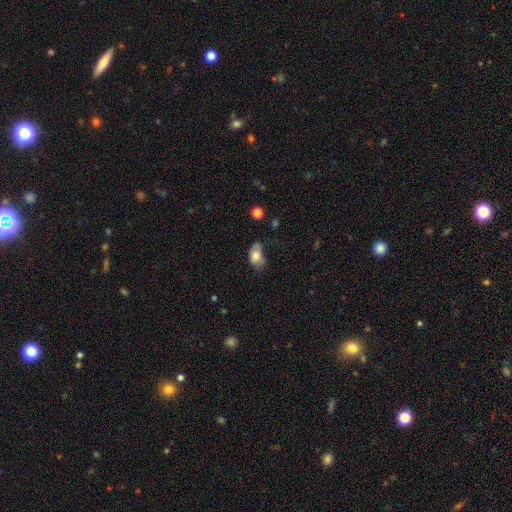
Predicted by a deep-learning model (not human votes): This is likely a smooth galaxy (74%). How rounded: clearly in between (90%). Merging: marginally none (38%, tied with minor disturbance).